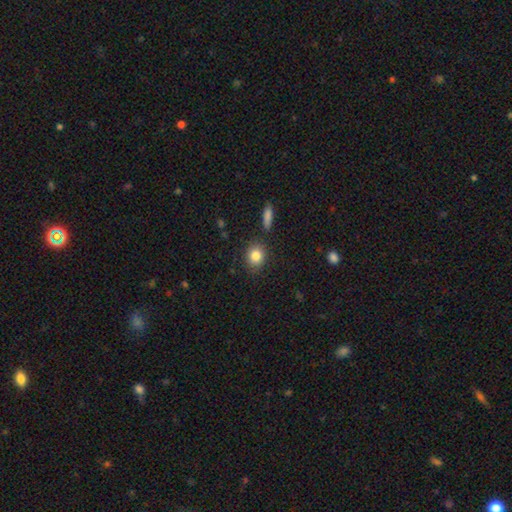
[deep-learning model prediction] smooth 84%, star or artifact 9%, featured or disk 7%. Down the decision tree: how rounded — round (58%); merging — none (84%).